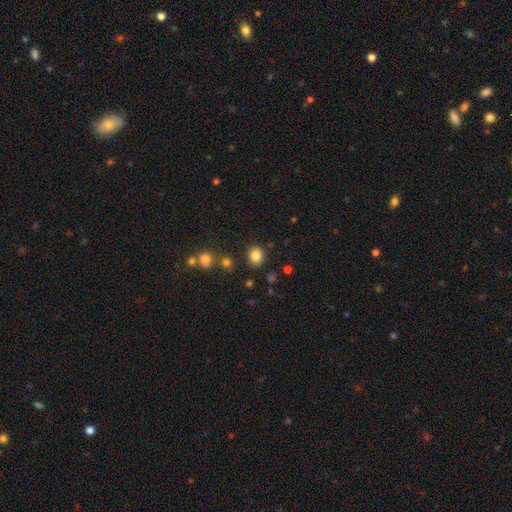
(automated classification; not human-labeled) This appears to be a smooth galaxy with no disk features (83%) that is round (59%). Merging: none (85%).